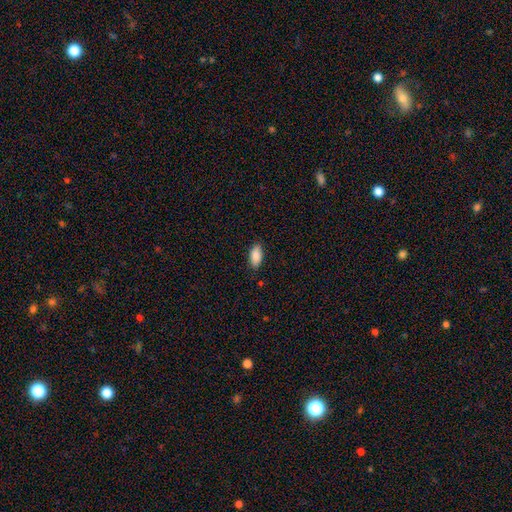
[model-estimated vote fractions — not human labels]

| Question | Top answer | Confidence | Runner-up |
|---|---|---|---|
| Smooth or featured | smooth | 89% | star or artifact (7%) |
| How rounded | in between | 91% | cigar-shaped (6%) |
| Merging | none | 85% | minor disturbance (12%) |